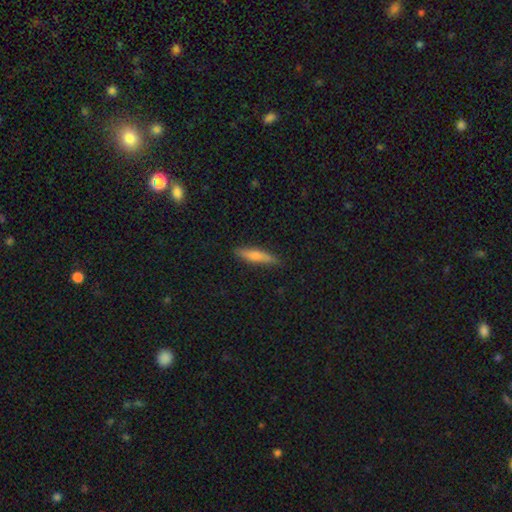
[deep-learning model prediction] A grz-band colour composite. It shows a smooth galaxy with no disk features (71%) that is cigar-shaped (81%). Merging: none (84%).